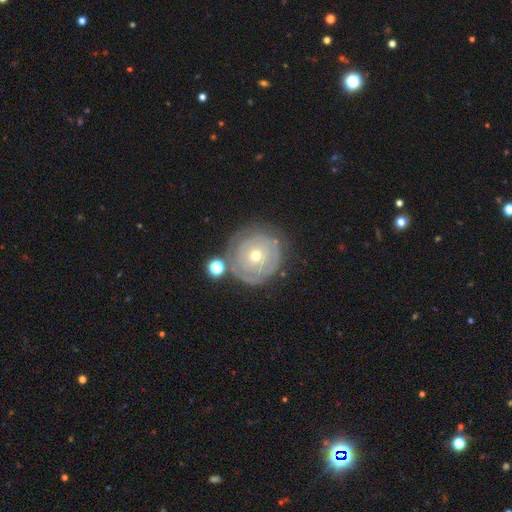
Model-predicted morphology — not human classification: featured or disk 63%, smooth 30%, star or artifact 7%. Down the decision tree: edge-on disk — no (96%); bar — no (89%); spiral arms — yes (60%); bulge size — moderate (49%); merging — none (70%).